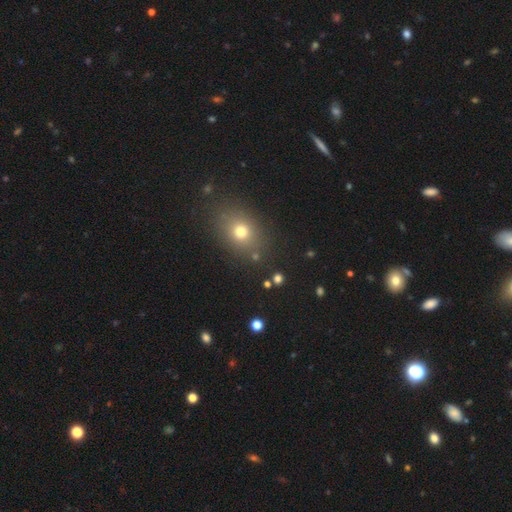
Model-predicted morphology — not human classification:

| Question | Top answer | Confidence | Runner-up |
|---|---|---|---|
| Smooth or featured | smooth | 68% | star or artifact (22%) |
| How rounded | in between | 50% | round (48%) |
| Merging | none | 84% | minor disturbance (9%) |